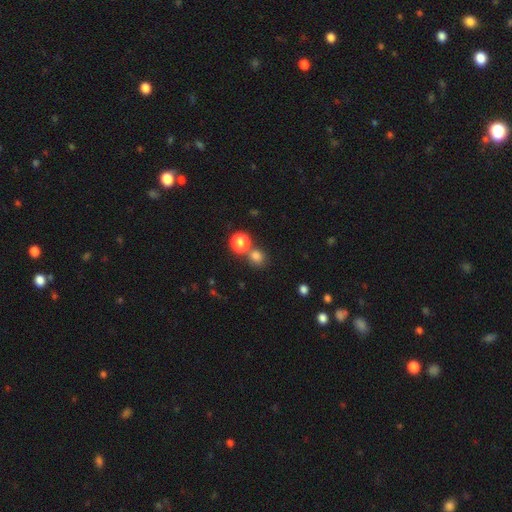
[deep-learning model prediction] This is likely a smooth galaxy (78%). How rounded: clearly round (82%). Merging: likely none (62%).